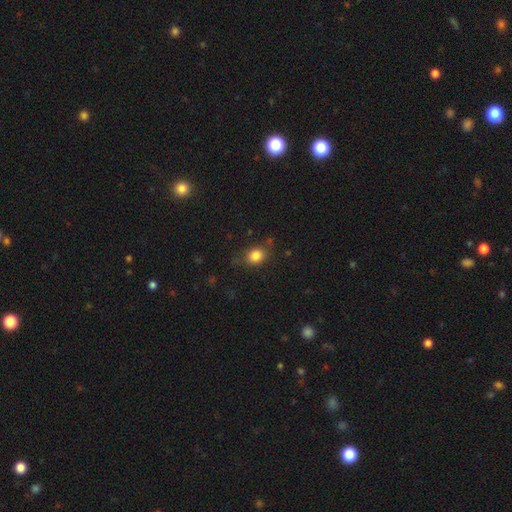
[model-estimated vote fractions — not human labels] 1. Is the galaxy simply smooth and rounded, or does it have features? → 84% smooth, 10% star or artifact, 6% featured or disk.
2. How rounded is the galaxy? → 53% in between, 45% round, 1% cigar-shaped.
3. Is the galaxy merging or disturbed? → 75% none, 17% minor disturbance, 5% major disturbance, 3% merger.